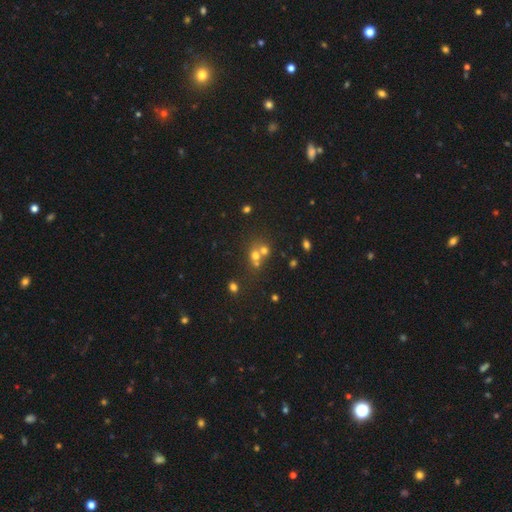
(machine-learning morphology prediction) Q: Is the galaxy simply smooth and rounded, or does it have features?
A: smooth — 49%.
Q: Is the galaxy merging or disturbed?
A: none — 48%.